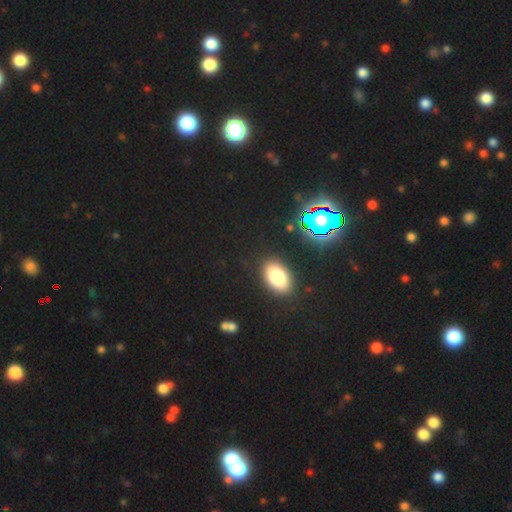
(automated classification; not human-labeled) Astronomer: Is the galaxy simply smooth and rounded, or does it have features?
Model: smooth — 51% (runner-up: star or artifact, 41%).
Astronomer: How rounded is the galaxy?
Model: in between — 68%.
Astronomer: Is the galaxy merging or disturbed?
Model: none — 88%.